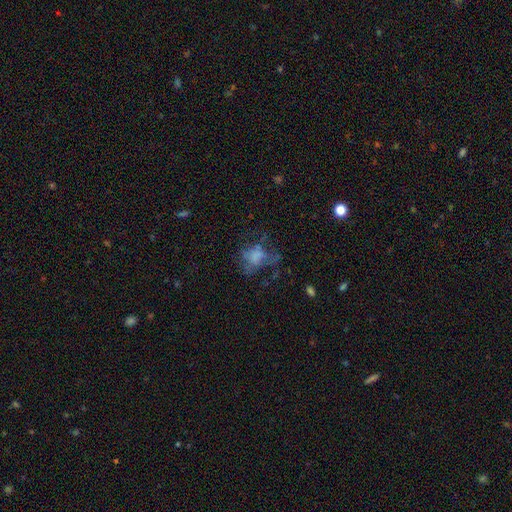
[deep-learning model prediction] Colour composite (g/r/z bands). It shows a smooth galaxy with no disk features (44%). Merging: major disturbance (41%).